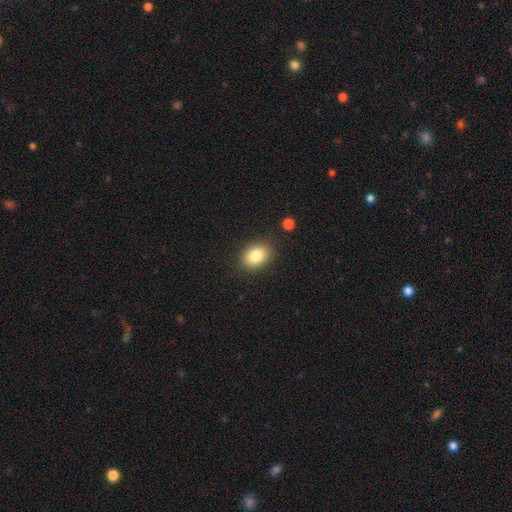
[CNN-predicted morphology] This is clearly a smooth galaxy (83%). How rounded: likely in between (66%). Merging: clearly none (86%).